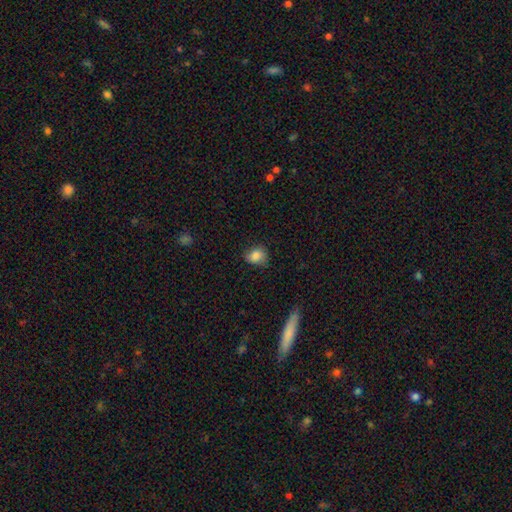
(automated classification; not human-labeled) Smooth or featured? smooth (84%)
How rounded? round (55%)
Merging? none (67%)